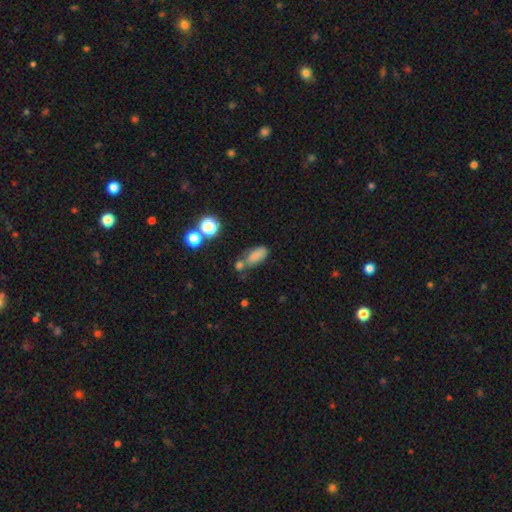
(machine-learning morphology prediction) Smooth or featured? smooth (77%)
How rounded? in between (80%)
Merging? none (46%)